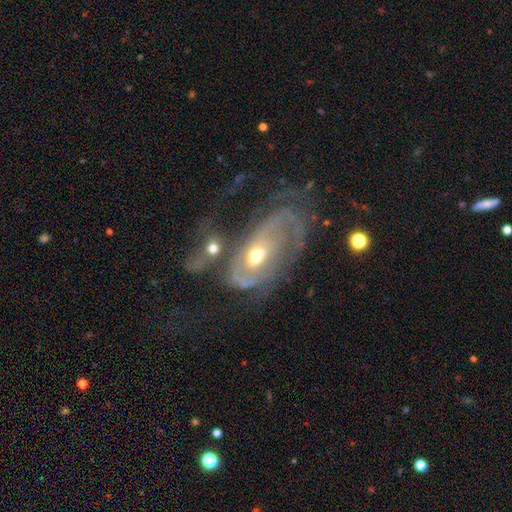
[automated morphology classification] Smooth or featured? Predicted: featured or disk (p=0.73). Edge-on disk? Predicted: no (p=0.92). Bar? Predicted: no (p=0.69). Spiral arms? Predicted: yes (p=0.64). Bulge size? Predicted: moderate (p=0.69). Merging? Predicted: major disturbance (p=0.32).